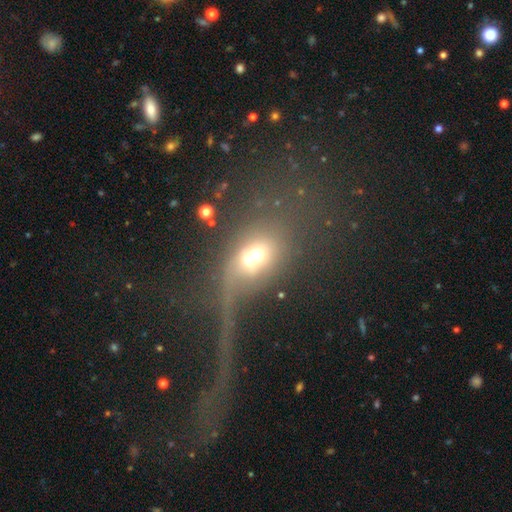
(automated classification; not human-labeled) Smooth or featured?
  - smooth: 49% *
  - featured or disk: 34%
  - star or artifact: 17%
Merging?
  - merger: 58% *
  - major disturbance: 19%
  - none: 16%
  - minor disturbance: 8%